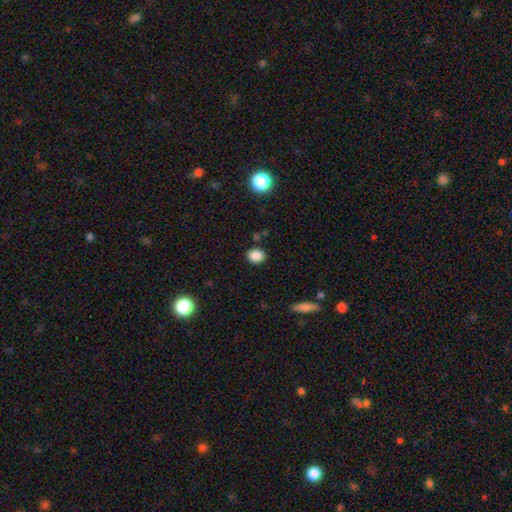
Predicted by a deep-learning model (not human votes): Overall: smooth (86%). How rounded: round (72%). Merging: none (86%).